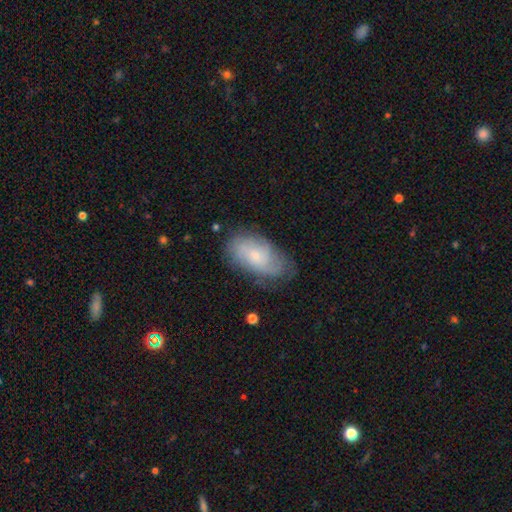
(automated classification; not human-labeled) smooth-or-featured: featured or disk: 56% | smooth: 37% | star or artifact: 7%
  disk-edge-on: no: 94% | yes: 6%
    bar: no: 74% | weak: 23% | strong: 3%
    has-spiral-arms: yes: 84% | no: 16%
    bulge-size: small: 68% | moderate: 25% | none: 4% | large: 2% | dominant: 1%
  merging: none: 66% | minor disturbance: 24% | major disturbance: 9% | merger: 1%